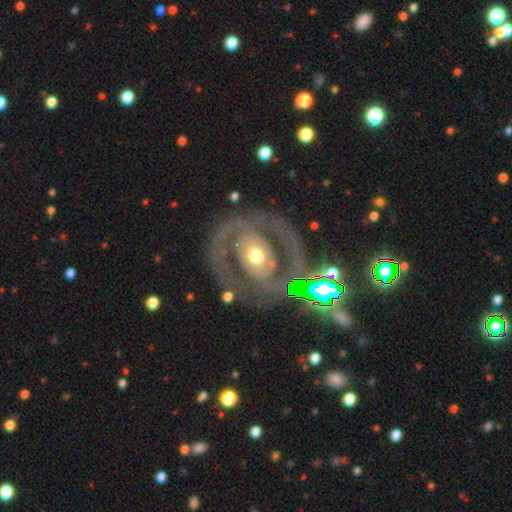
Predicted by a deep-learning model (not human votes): Morphology: type=featured or disk (76%); edge-on=no (96%); bar=no (74%); spiral arms=yes (61%); bulge=moderate (66%); merging=none (64%).